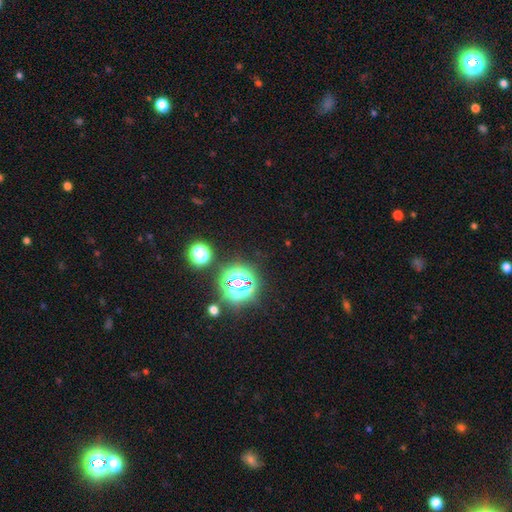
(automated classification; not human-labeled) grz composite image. It shows a star or artifact, not a galaxy (78%).